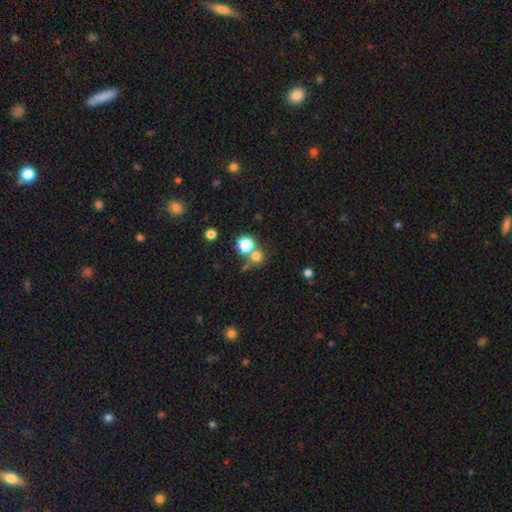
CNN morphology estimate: This appears to be a smooth galaxy with no disk features (73%) that is round (90%). Merging: none (56%).